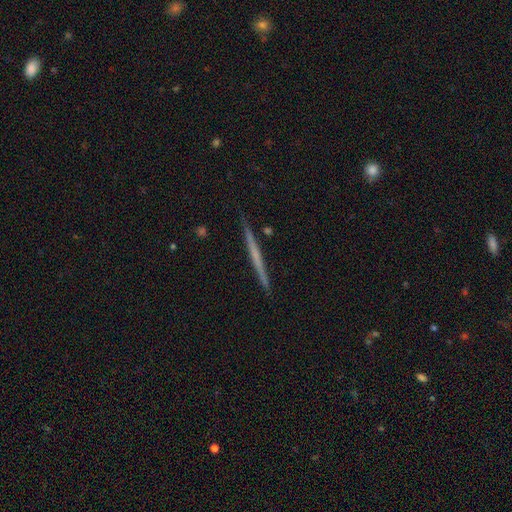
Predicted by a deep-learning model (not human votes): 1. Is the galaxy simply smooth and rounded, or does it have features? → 60% featured or disk, 35% smooth, 6% star or artifact.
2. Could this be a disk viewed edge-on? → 98% yes, 2% no.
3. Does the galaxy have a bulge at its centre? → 86% none, 10% rounded, 4% boxy.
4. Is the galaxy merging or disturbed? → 92% none, 6% minor disturbance, 1% merger, 1% major disturbance.